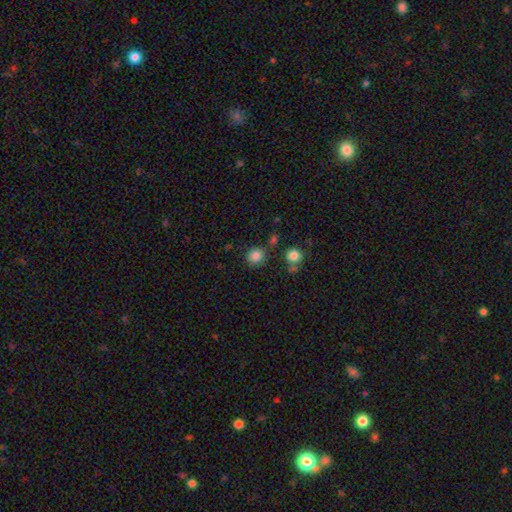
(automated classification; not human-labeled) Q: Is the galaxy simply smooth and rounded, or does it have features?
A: smooth — 84%.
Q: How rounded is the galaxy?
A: round — 88%.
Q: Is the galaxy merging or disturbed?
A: none — 80%.